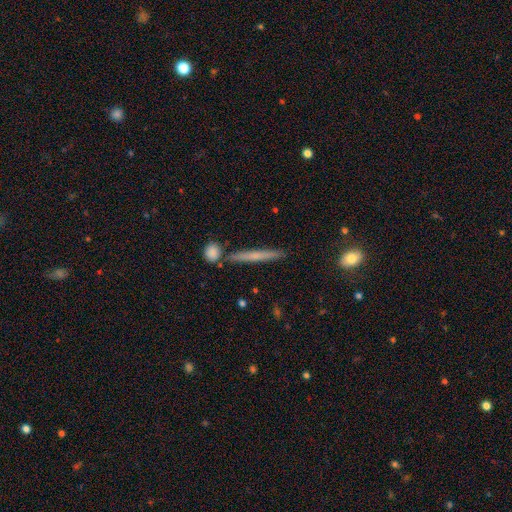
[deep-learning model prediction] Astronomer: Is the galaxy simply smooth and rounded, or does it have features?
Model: smooth — 54% (runner-up: featured or disk, 39%).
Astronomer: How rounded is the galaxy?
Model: cigar-shaped — 95%.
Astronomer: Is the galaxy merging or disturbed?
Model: none — 84%.